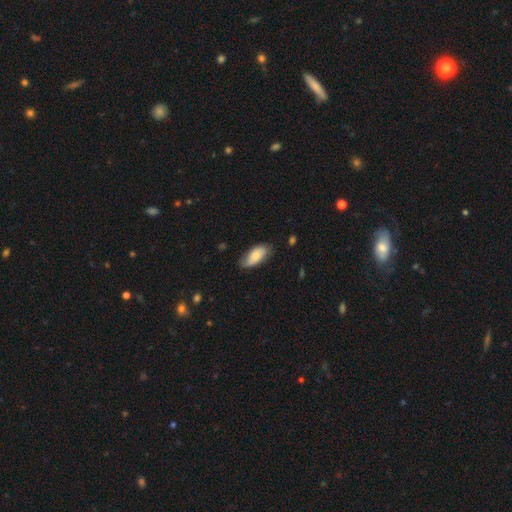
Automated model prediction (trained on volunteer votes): Morphology: type=smooth (76%); roundness=in between (90%); merging=none (70%).